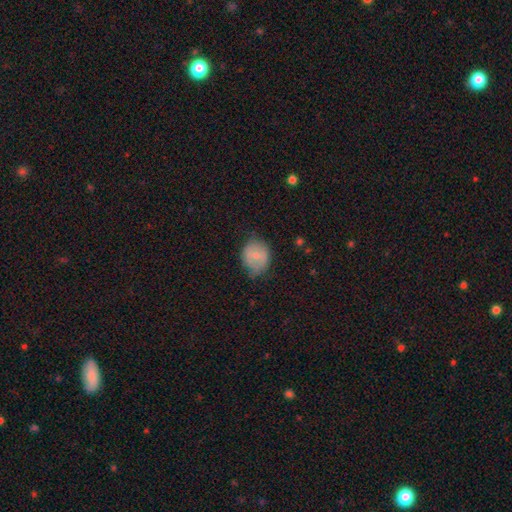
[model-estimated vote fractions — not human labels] Q: Smooth or featured?
A: smooth (70%); runner-up: featured or disk (22%)
Q: How rounded?
A: round (63%); runner-up: in between (36%)
Q: Merging?
A: none (60%); runner-up: minor disturbance (30%)